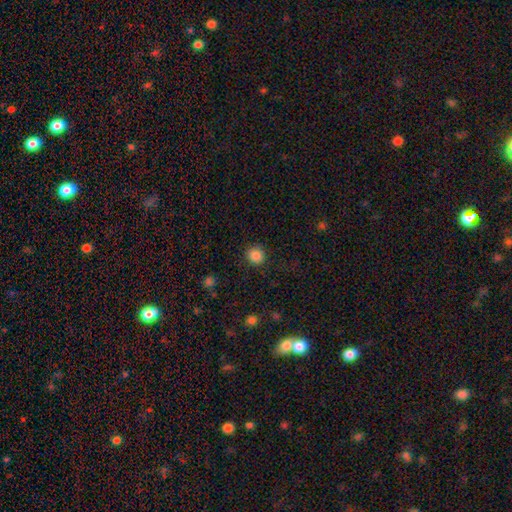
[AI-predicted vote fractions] Smooth or featured?
  - smooth: 86% *
  - star or artifact: 11%
  - featured or disk: 4%
How rounded?
  - round: 91% *
  - in between: 8%
  - cigar-shaped: 1%
Merging?
  - none: 89% *
  - minor disturbance: 7%
  - major disturbance: 3%
  - merger: 1%